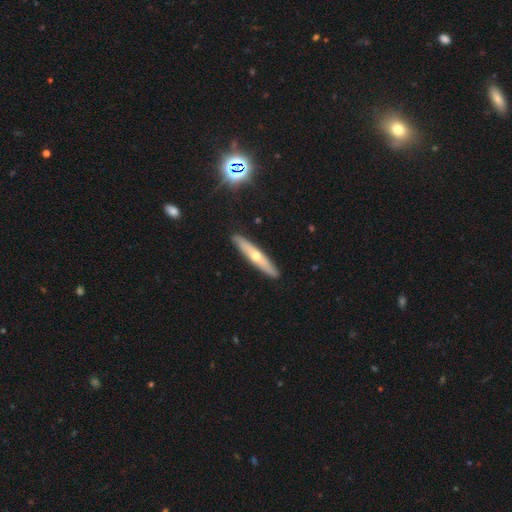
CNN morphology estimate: featured or disk 53%, smooth 40%, star or artifact 7%. Down the decision tree: edge-on disk — yes (86%); merging — none (90%).